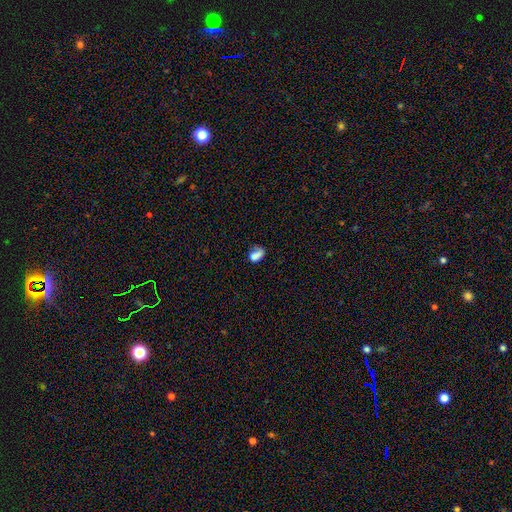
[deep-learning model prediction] smooth 76%, featured or disk 13%, star or artifact 11%. Down the decision tree: how rounded — in between (78%); merging — none (38%).